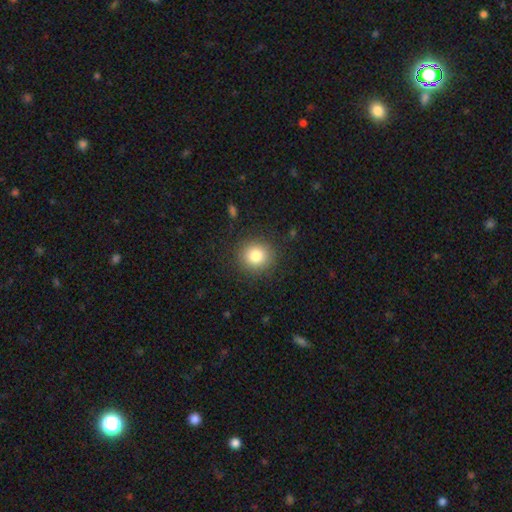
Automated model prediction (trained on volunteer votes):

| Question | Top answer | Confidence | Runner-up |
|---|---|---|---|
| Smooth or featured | smooth | 82% | star or artifact (10%) |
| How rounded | round | 91% | in between (8%) |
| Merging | none | 89% | minor disturbance (7%) |